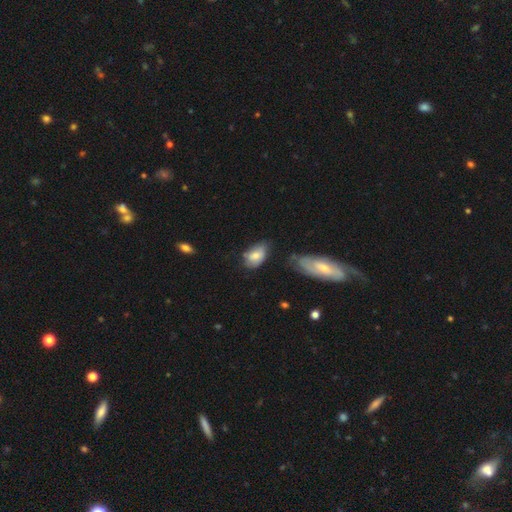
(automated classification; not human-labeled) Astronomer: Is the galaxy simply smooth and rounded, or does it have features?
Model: smooth — 70%.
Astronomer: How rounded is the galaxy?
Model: in between — 89%.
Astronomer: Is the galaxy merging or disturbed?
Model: none — 44% (runner-up: minor disturbance, 35%).